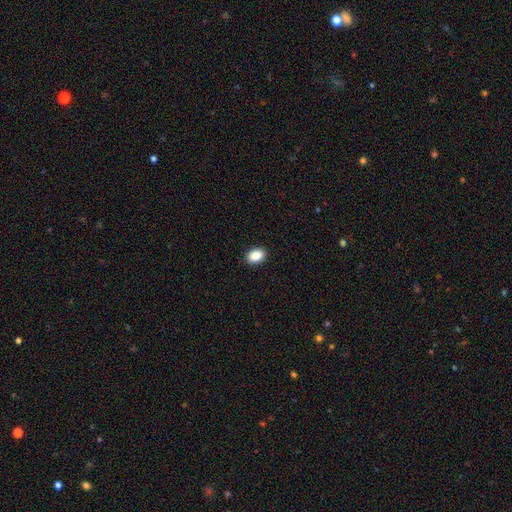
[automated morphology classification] A smooth galaxy with no disk features (89%) that is in between round and cigar-shaped (81%).

Vote fractions:
- Smooth or featured? smooth: 89% / star or artifact: 8% / featured or disk: 3%
- How rounded? in between: 81% / round: 18% / cigar-shaped: 1%
- Merging? none: 90% / minor disturbance: 7% / major disturbance: 2% / merger: 1%